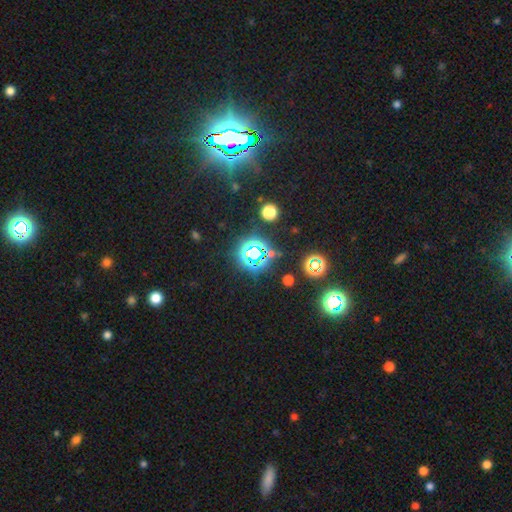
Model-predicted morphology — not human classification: This appears to be a star or artifact, not a galaxy (78%).